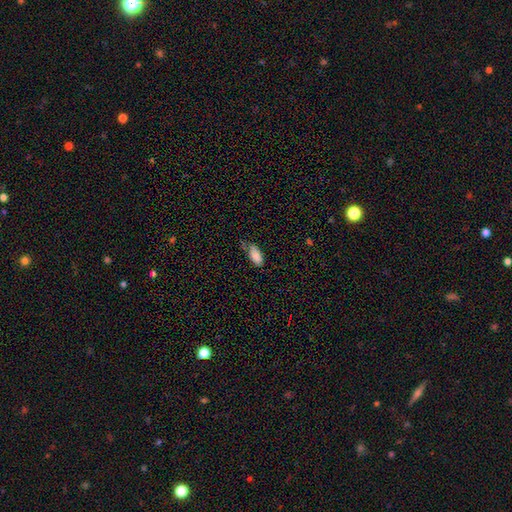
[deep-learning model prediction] This is clearly a smooth galaxy (86%). How rounded: clearly in between (89%). Merging: possibly none (54%).